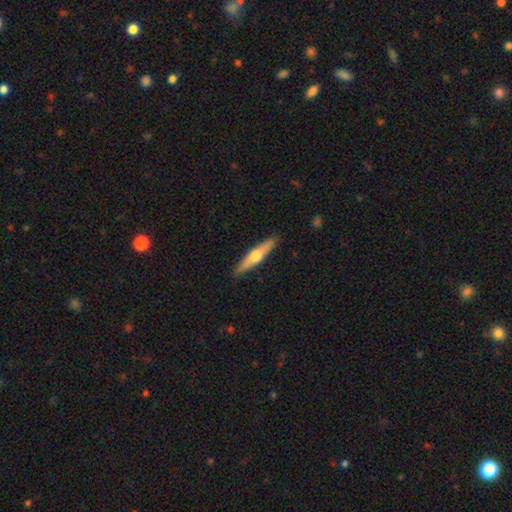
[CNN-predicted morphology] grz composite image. It shows a featured or disk galaxy (52%) viewed edge-on (94%). Merging: none (90%).